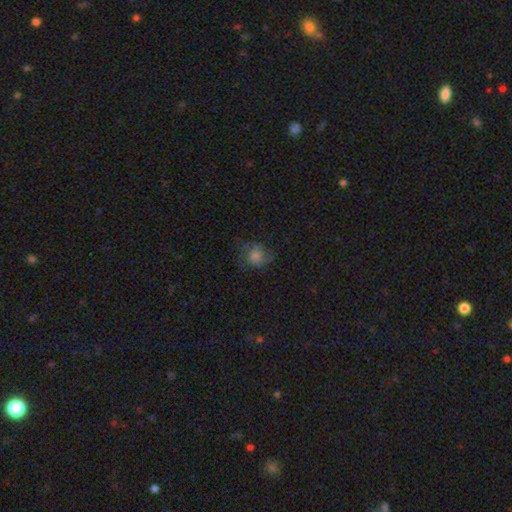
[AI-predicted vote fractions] A smooth galaxy with no disk features (55%) that is round (78%). Merging: none (63%).